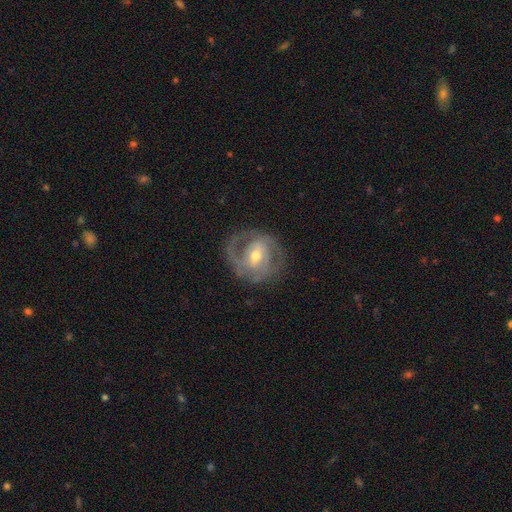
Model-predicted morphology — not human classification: smooth-or-featured: featured or disk: 79% | smooth: 15% | star or artifact: 6%
  disk-edge-on: no: 97% | yes: 3%
    bar: weak: 47% | no: 29% | strong: 24%
    has-spiral-arms: yes: 87% | no: 13%
      spiral-winding: medium: 42% | tight: 41% | loose: 16%
      spiral-arm-count: 2: 58% | can't tell: 17% | 1: 14% | 3: 7% | 4: 2% | more than 4: 2%
    bulge-size: moderate: 64% | small: 30% | large: 4% | none: 1% | dominant: 1%
  merging: none: 68% | minor disturbance: 18% | major disturbance: 13% | merger: 1%